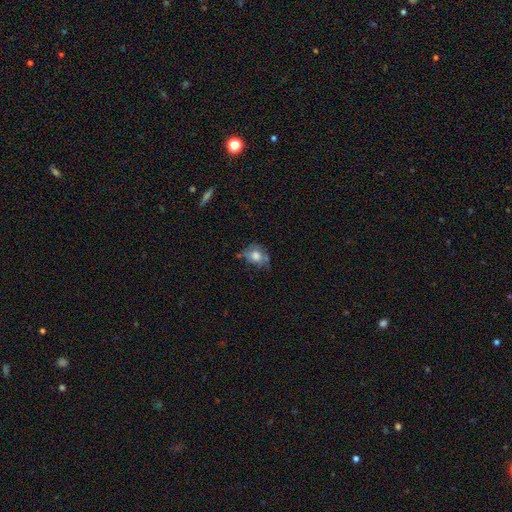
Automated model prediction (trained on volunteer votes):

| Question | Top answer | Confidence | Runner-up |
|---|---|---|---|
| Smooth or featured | smooth | 66% | featured or disk (25%) |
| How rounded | in between | 49% | tied: round (49%) |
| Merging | none | 44% | minor disturbance (32%) |